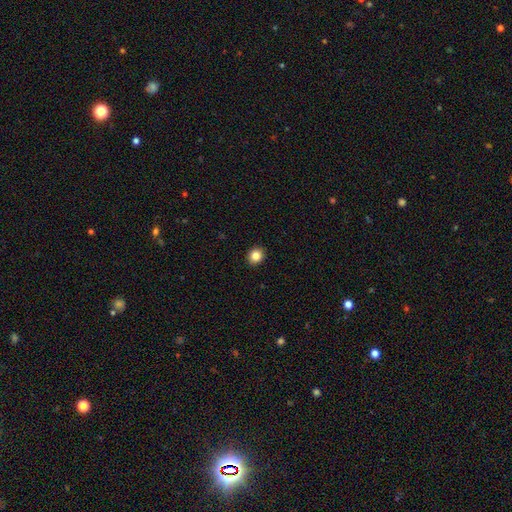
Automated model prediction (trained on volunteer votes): Smooth or featured? smooth (84%)
How rounded? round (78%)
Merging? none (92%)